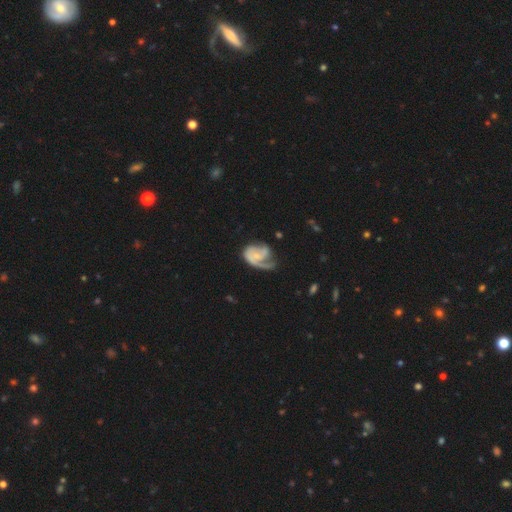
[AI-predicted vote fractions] featured or disk 75%, smooth 19%, star or artifact 6%. Down the decision tree: edge-on disk — no (98%); bar — no (66%); spiral arms — yes (89%); spiral arm count — 1 (52%); spiral winding — medium (40%); bulge size — small (59%); merging — major disturbance (37%).